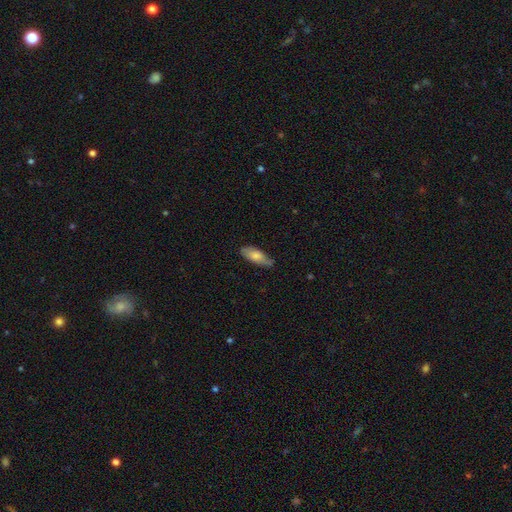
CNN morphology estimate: smooth 73%, featured or disk 21%, star or artifact 6%. Down the decision tree: how rounded — in between (74%); merging — none (67%).